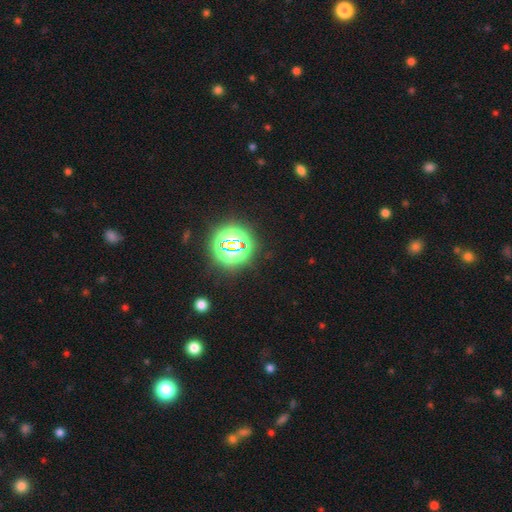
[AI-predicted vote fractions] Smooth or featured?
  - star or artifact: 82% *
  - smooth: 12%
  - featured or disk: 6%